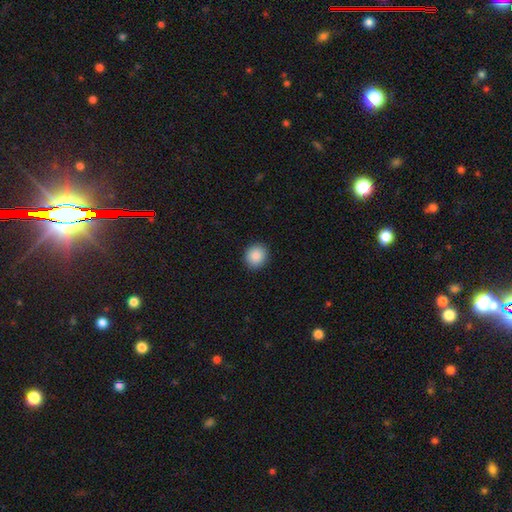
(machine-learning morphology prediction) A smooth galaxy with no disk features (89%) that is round (81%).

Vote fractions:
- Smooth or featured? smooth: 89% / star or artifact: 8% / featured or disk: 3%
- How rounded? round: 81% / in between: 18% / cigar-shaped: 1%
- Merging? none: 92% / minor disturbance: 6% / major disturbance: 2% / merger: 1%